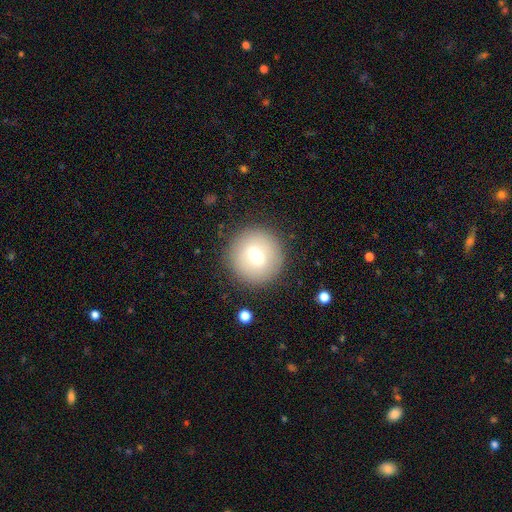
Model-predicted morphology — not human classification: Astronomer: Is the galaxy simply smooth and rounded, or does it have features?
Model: smooth — 65%.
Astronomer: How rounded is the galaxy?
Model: round — 93%.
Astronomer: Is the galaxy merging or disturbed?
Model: none — 87%.